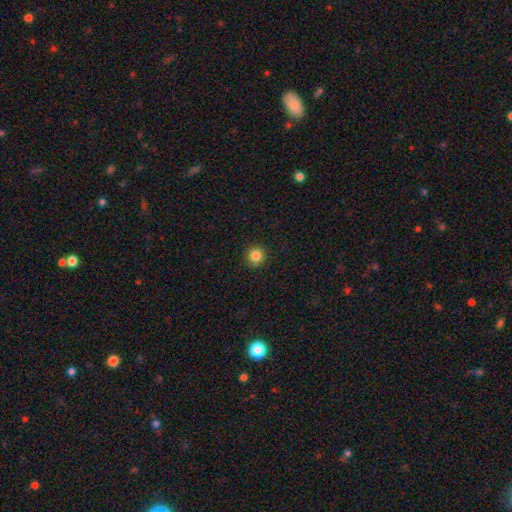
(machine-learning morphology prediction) smooth 84%, star or artifact 11%, featured or disk 5%. Down the decision tree: how rounded — round (93%); merging — none (92%).